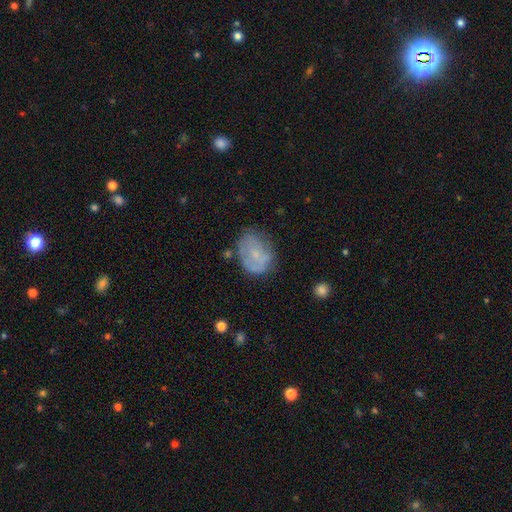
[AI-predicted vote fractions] Smooth or featured? smooth (46%, tied with featured or disk)
Merging? none (55%)